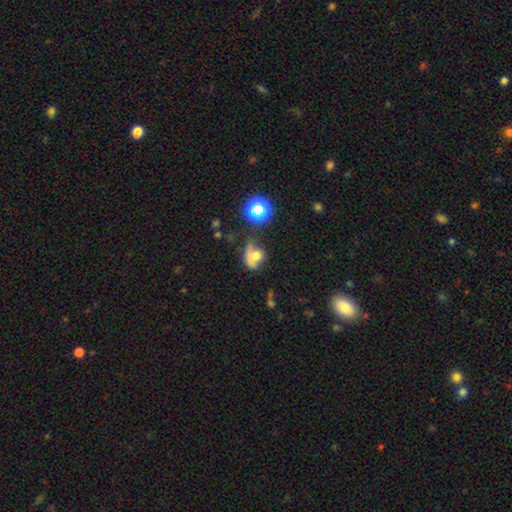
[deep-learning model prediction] Smooth or featured? smooth (54%)
How rounded? in between (54%)
Merging? major disturbance (33%)